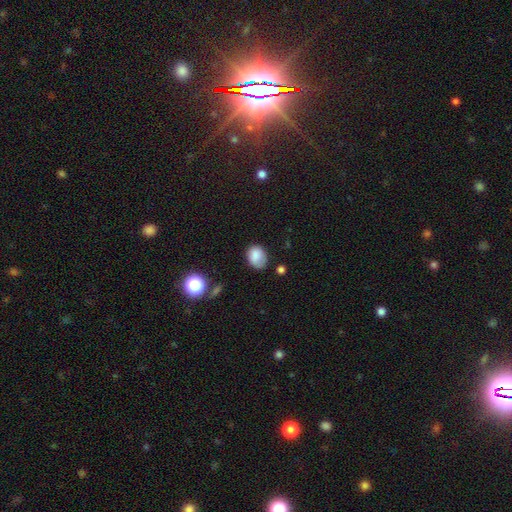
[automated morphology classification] This appears to be a smooth galaxy with no disk features (82%) that is in between round and cigar-shaped (69%). Merging: none (61%).